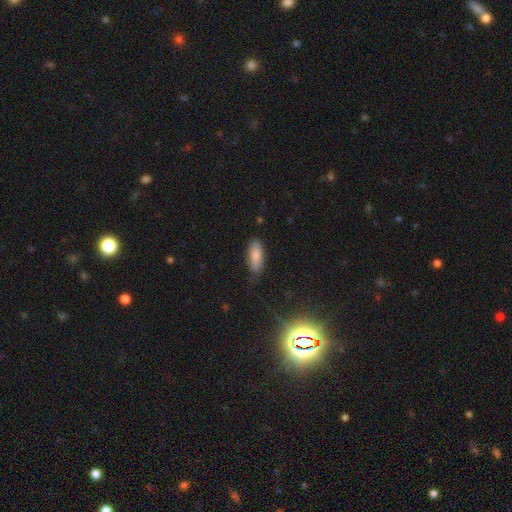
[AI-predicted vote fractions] This is clearly a smooth galaxy (83%). How rounded: likely in between (77%). Merging: likely none (77%).